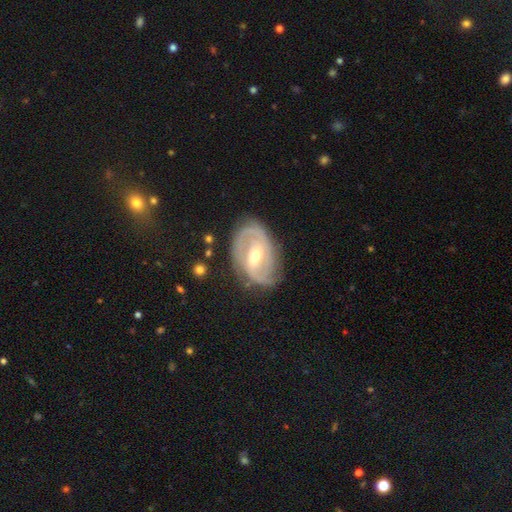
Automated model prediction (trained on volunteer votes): This is clearly a featured or disk galaxy (85%). It is clearly not viewed edge-on (96%). Bar: possibly weak (47%). Spiral arm pattern: clearly yes (92%). Spiral arm count: likely 2 (68%). Spiral winding: possibly tight (49%). Central bulge: possibly moderate (59%). Merging: likely none (74%).